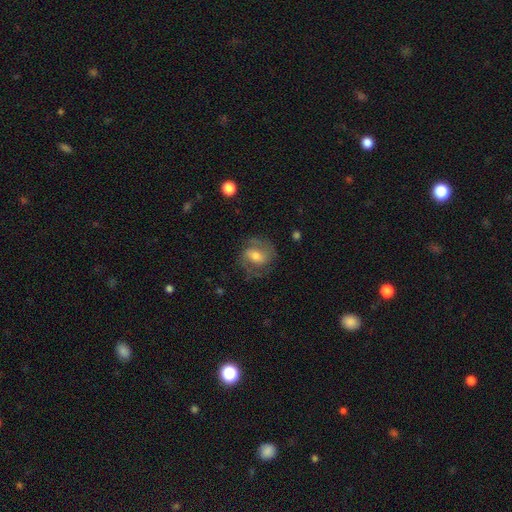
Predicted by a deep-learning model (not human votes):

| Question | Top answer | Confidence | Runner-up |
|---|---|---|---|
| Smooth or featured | featured or disk | 66% | smooth (27%) |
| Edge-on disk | no | 96% | yes (4%) |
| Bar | weak | 46% | no (30%) |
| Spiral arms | yes | 86% | no (14%) |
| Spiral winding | medium | 50% | tight (29%) |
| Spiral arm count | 2 | 77% | can't tell (11%) |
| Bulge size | moderate | 60% | small (26%) |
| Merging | none | 67% | minor disturbance (19%) |